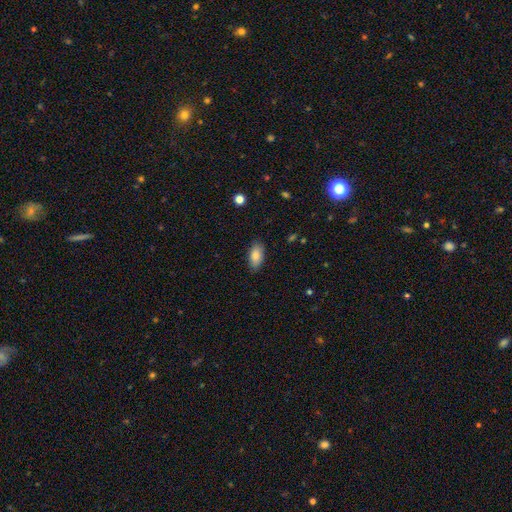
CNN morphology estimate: Smooth or featured? Predicted: smooth (p=0.85). How rounded? Predicted: in between (p=0.92). Merging? Predicted: none (p=0.87).